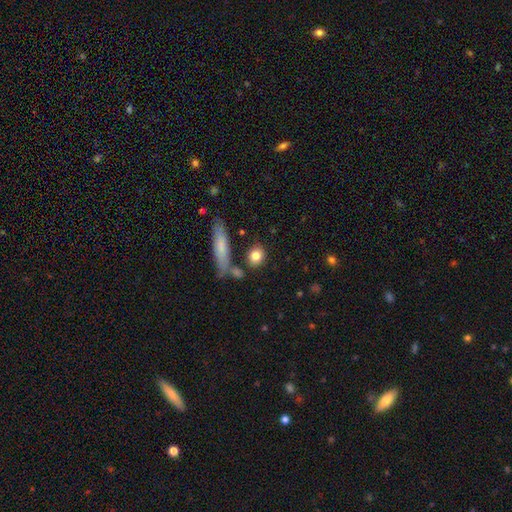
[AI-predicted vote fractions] smooth 82%, featured or disk 10%, star or artifact 8%. Down the decision tree: how rounded — round (52%); merging — none (76%).